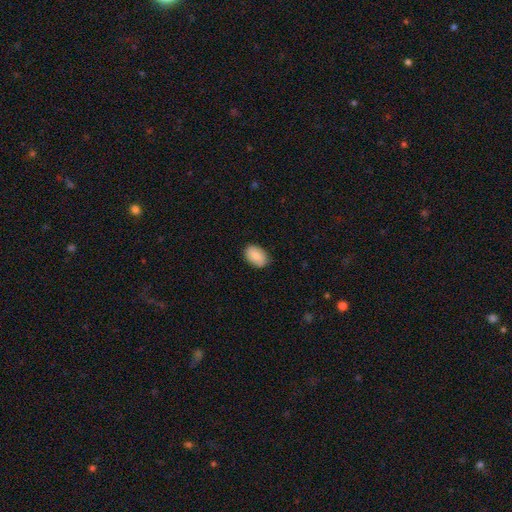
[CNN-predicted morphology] Overall: smooth (85%). How rounded: in between (85%). Merging: none (84%).